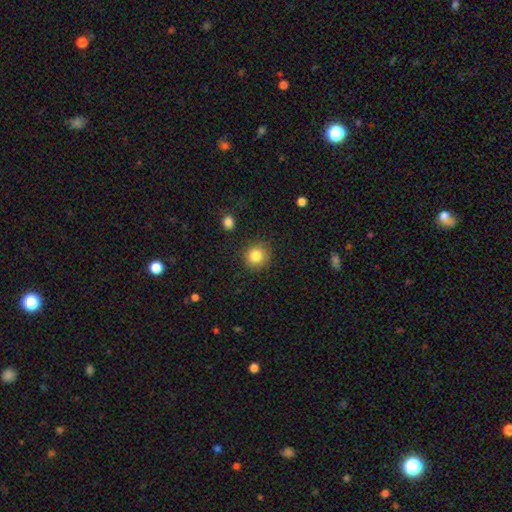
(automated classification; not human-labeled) Smooth or featured: smooth — 84% (star or artifact — 10%)
How rounded: round — 91% (in between — 8%)
Merging: none — 87% (minor disturbance — 9%)